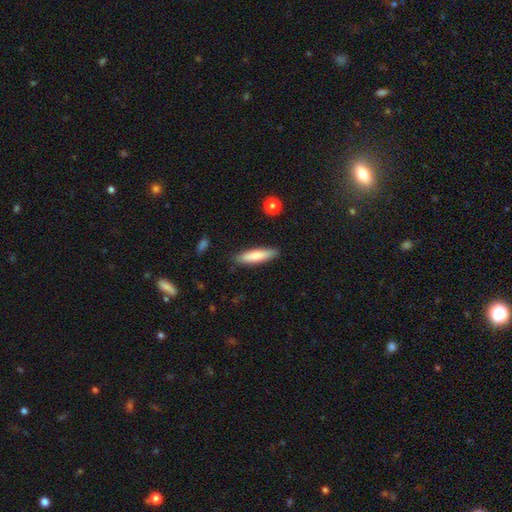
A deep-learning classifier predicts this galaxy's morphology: Smooth or featured: smooth — 80% (featured or disk — 14%)
How rounded: cigar-shaped — 71% (in between — 27%)
Merging: none — 85% (minor disturbance — 11%)